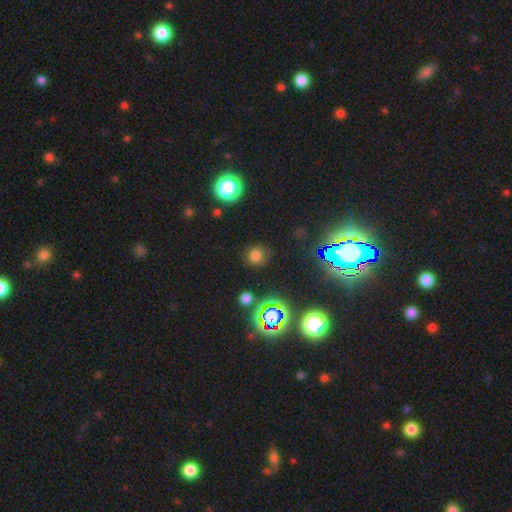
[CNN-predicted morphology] Smooth or featured?
  - smooth: 67% *
  - star or artifact: 26%
  - featured or disk: 7%
How rounded?
  - round: 88% *
  - in between: 11%
  - cigar-shaped: 1%
Merging?
  - none: 82% *
  - minor disturbance: 11%
  - major disturbance: 5%
  - merger: 2%